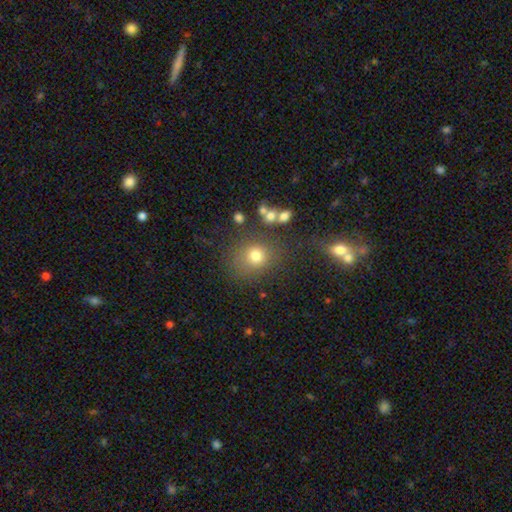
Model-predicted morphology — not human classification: smooth_or_featured: smooth (p=0.75) [alt: star or artifact p=0.16]
how_rounded: round (p=0.75) [alt: in between p=0.24]
merging: none (p=0.72) [alt: minor disturbance p=0.14]